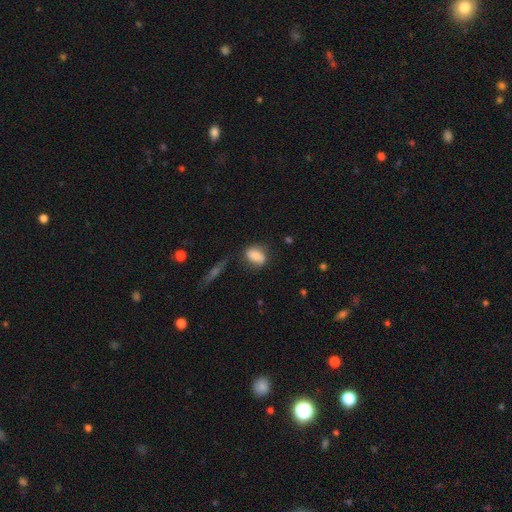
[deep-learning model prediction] Morphology: type=smooth (77%); roundness=in between (75%); merging=none (61%).